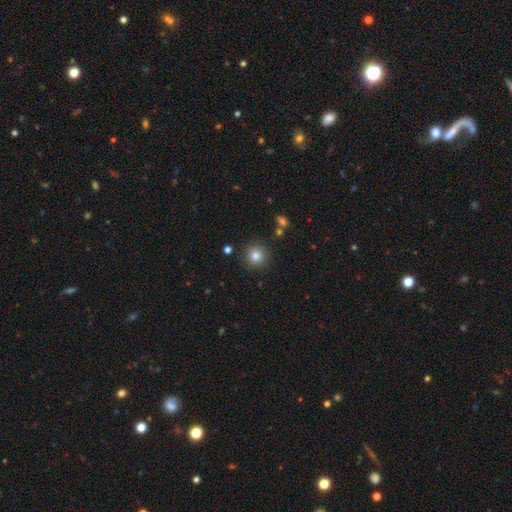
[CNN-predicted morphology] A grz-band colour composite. It shows a smooth galaxy with no disk features (81%) that is round (93%). Merging: none (88%).